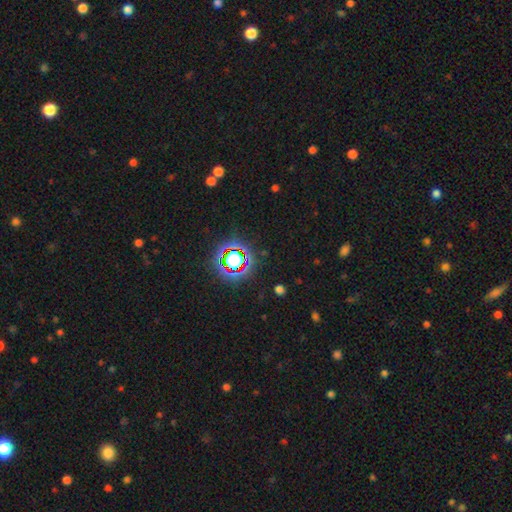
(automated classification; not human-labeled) Morphology: type=star or artifact (79%).